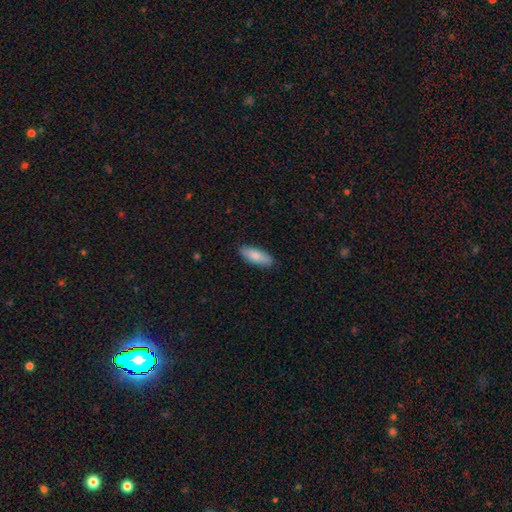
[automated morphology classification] smooth-or-featured: smooth: 83% | featured or disk: 11% | star or artifact: 6%
  how-rounded: in between: 69% | cigar-shaped: 29% | round: 2%
  merging: none: 87% | minor disturbance: 10% | major disturbance: 2% | merger: 1%